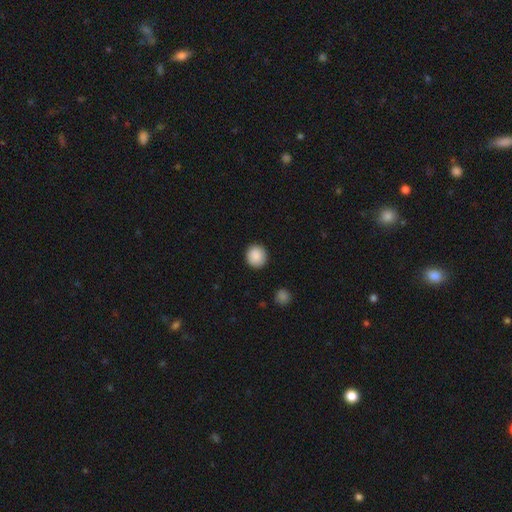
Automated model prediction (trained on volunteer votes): Smooth or featured? Predicted: smooth (p=0.89). How rounded? Predicted: round (p=0.91). Merging? Predicted: none (p=0.91).